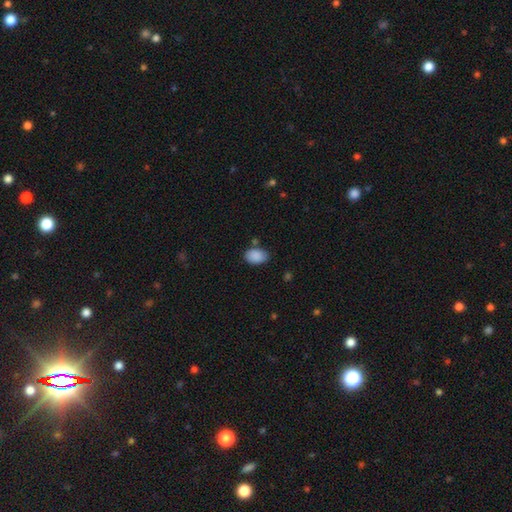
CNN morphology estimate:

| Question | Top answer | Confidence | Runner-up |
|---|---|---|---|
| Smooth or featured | smooth | 89% | star or artifact (7%) |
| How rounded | in between | 86% | round (13%) |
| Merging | none | 73% | minor disturbance (18%) |